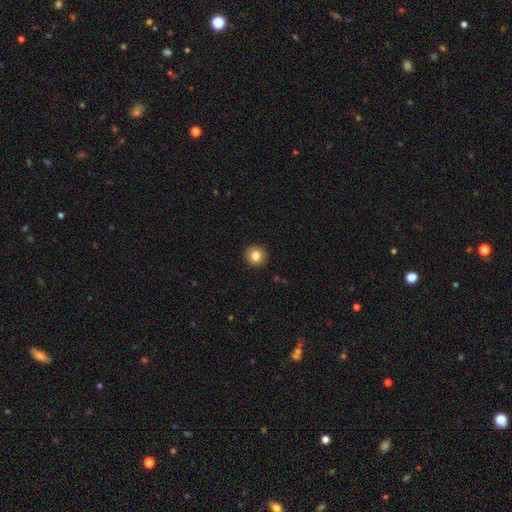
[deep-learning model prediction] The model was most divided on "smooth or featured": smooth: 82%, star or artifact: 10%, featured or disk: 8%. More confident: how rounded — round (95%); merging — none (93%).